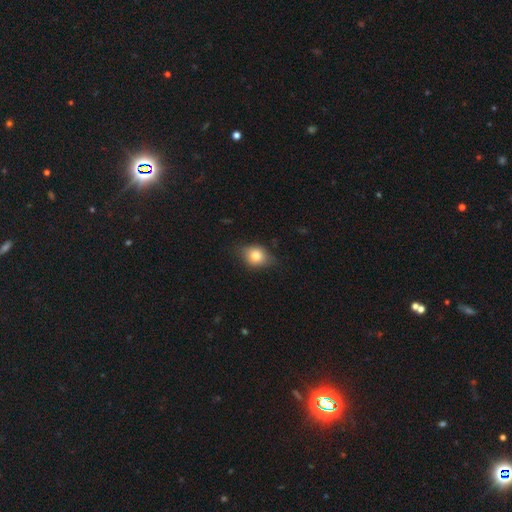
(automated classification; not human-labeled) Smooth or featured: smooth — 76% (featured or disk — 15%)
How rounded: in between — 52% (round — 46%)
Merging: none — 70% (minor disturbance — 24%)